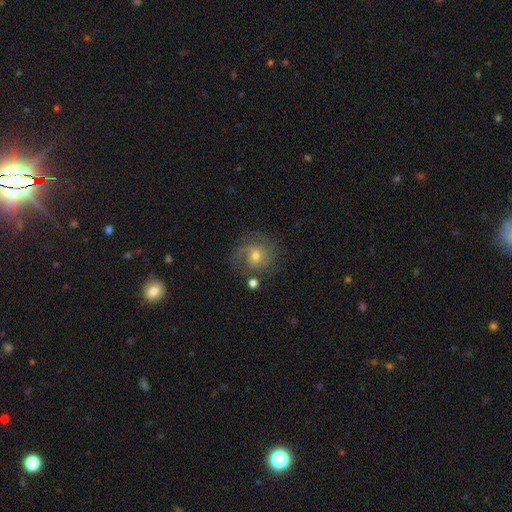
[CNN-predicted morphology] This is likely a featured or disk galaxy (68%). It is clearly not viewed edge-on (97%). Bar: possibly no (60%). Spiral arm pattern: clearly yes (89%). Spiral arm count: marginally 2 (33%). Spiral winding: marginally medium (44%). Central bulge: possibly moderate (57%). Merging: likely none (67%).